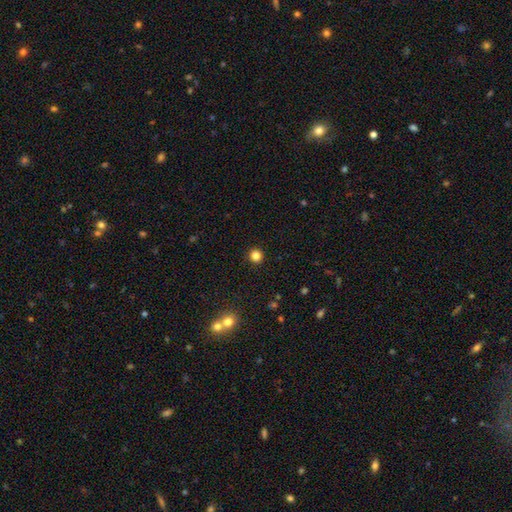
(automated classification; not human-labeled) Smooth or featured? smooth (83%)
How rounded? round (94%)
Merging? none (92%)